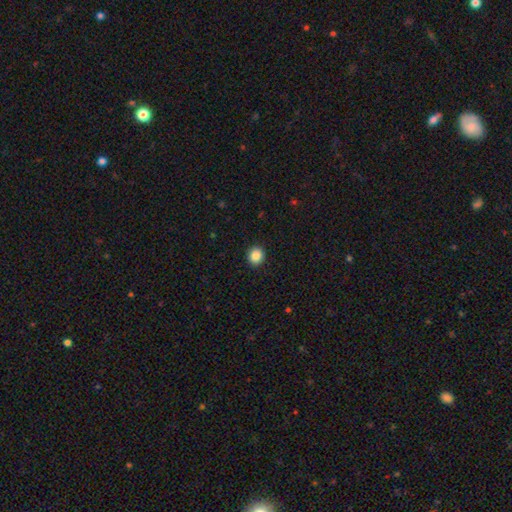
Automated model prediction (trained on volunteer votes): The model was most divided on "how rounded": round: 85%, in between: 14%, cigar-shaped: 1%. More confident: merging — none (92%); smooth or featured — smooth (87%).